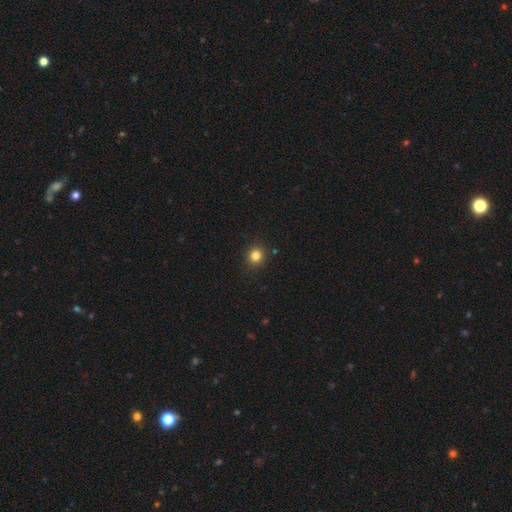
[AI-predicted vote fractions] This is clearly a smooth galaxy (83%). How rounded: clearly round (87%). Merging: clearly none (90%).